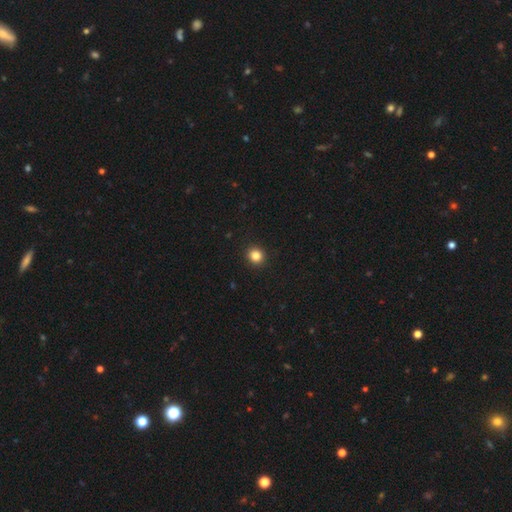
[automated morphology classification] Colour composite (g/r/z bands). It shows a smooth galaxy with no disk features (85%) that is round (86%). Merging: none (93%).